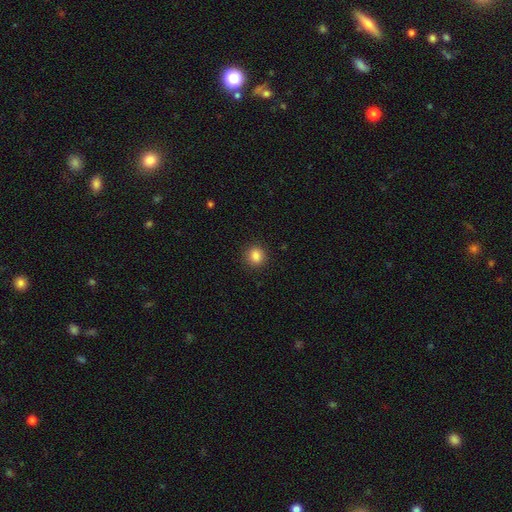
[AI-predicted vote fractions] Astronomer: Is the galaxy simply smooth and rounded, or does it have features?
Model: smooth — 85%.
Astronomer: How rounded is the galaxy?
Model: round — 83%.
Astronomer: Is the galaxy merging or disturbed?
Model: none — 90%.